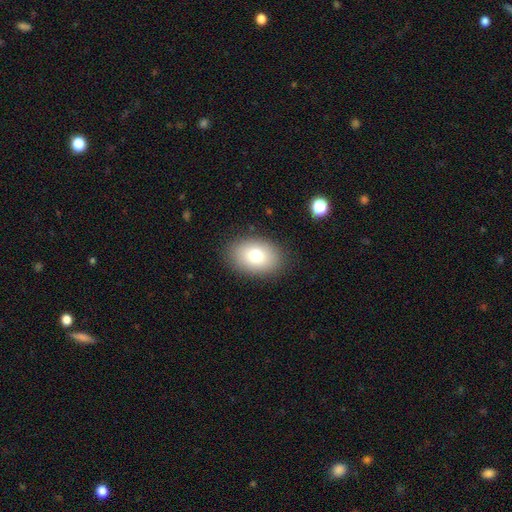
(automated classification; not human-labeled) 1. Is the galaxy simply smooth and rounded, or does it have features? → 78% smooth, 13% featured or disk, 9% star or artifact.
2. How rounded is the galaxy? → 78% in between, 21% round, 1% cigar-shaped.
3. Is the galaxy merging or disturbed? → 87% none, 9% minor disturbance, 3% major disturbance, 1% merger.